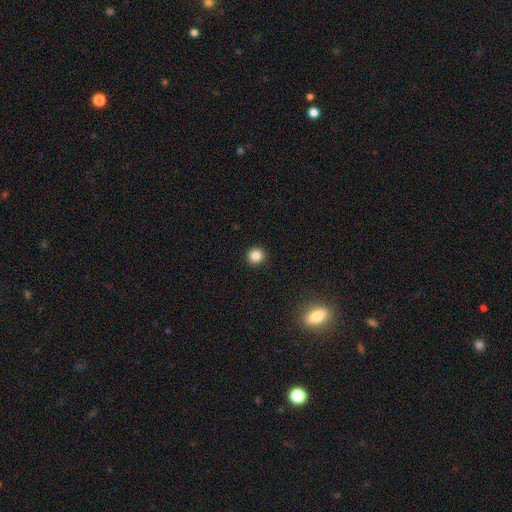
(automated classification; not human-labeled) Q: Smooth or featured?
A: smooth (84%); runner-up: star or artifact (11%)
Q: How rounded?
A: round (92%); runner-up: in between (7%)
Q: Merging?
A: none (93%); runner-up: minor disturbance (5%)